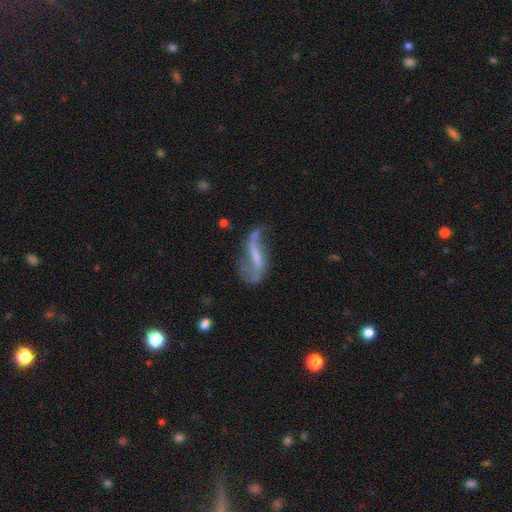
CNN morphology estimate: A featured or disk galaxy (74%) with a strong bar (39%), 2 (81%) loose (87%) spiral arms (79%) and no central bulge (42%).

Vote fractions:
- Smooth or featured? featured or disk: 74% / smooth: 17% / star or artifact: 8%
- Edge-on disk? no: 89% / yes: 11%
- Bar? strong: 39% / weak: 37% / no: 24%
- Spiral arms? yes: 79% / no: 21%
- Spiral winding? loose: 87% / medium: 9% / tight: 3%
- Spiral arm count? 2: 81% / 1: 9% / can't tell: 6% / 3: 1% / 4: 1% / more than 4: 1%
- Bulge size? none: 42% / small: 38% / moderate: 17% / large: 2% / dominant: 1%
- Merging? none: 42% / major disturbance: 27% / minor disturbance: 24% / merger: 8%